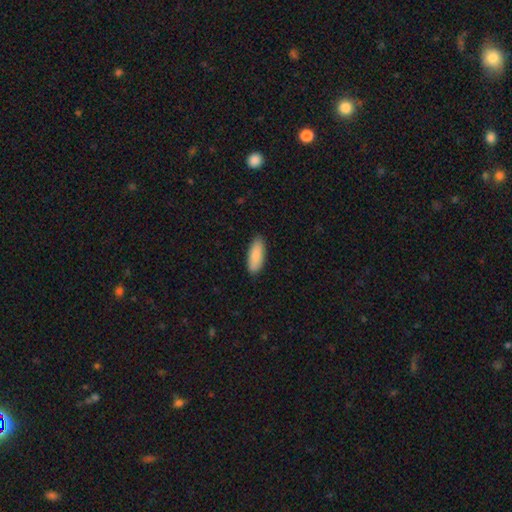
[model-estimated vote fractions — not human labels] Overall: smooth (88%). How rounded: in between (75%). Merging: none (89%).